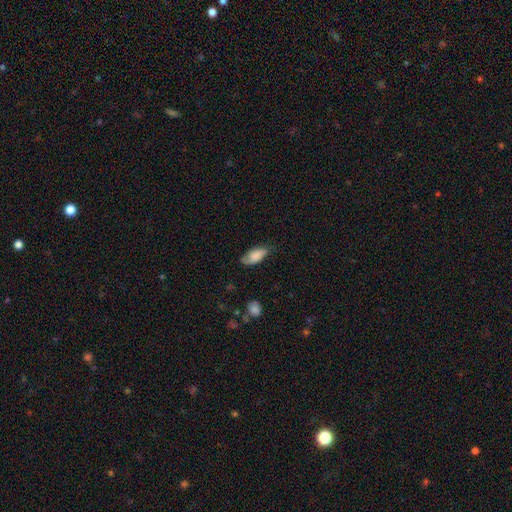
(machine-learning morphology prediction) Smooth or featured: smooth — 71% (featured or disk — 21%)
How rounded: in between — 90% (cigar-shaped — 8%)
Merging: none — 63% (minor disturbance — 28%)